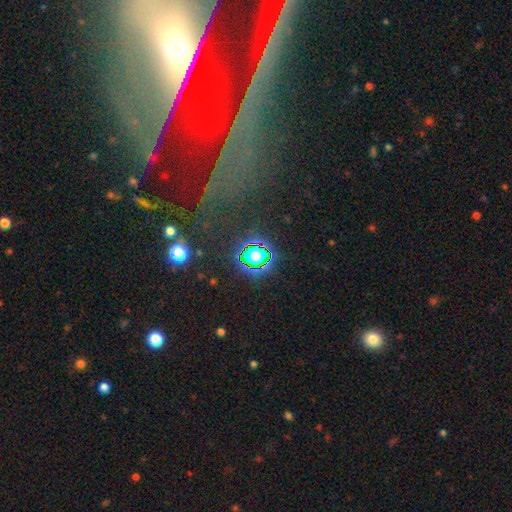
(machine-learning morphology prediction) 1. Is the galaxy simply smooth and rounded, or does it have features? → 63% star or artifact, 26% smooth, 10% featured or disk.